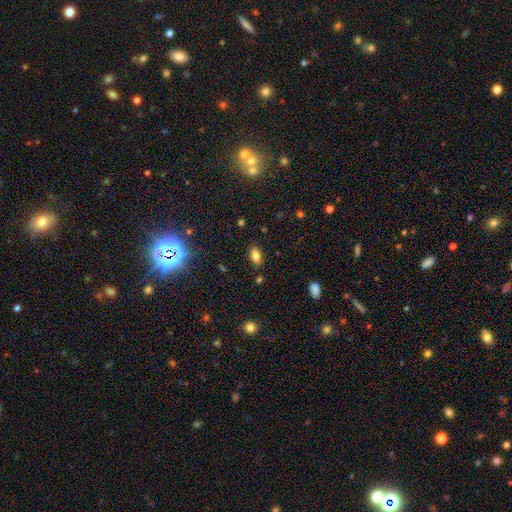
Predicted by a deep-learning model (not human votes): A smooth galaxy with no disk features (77%) that is in between round and cigar-shaped (89%). Merging: none (84%).